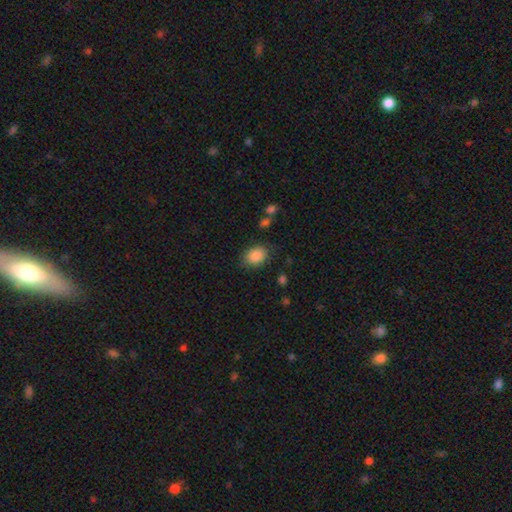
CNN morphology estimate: smooth 87%, star or artifact 8%, featured or disk 5%. Down the decision tree: how rounded — in between (63%); merging — none (79%).